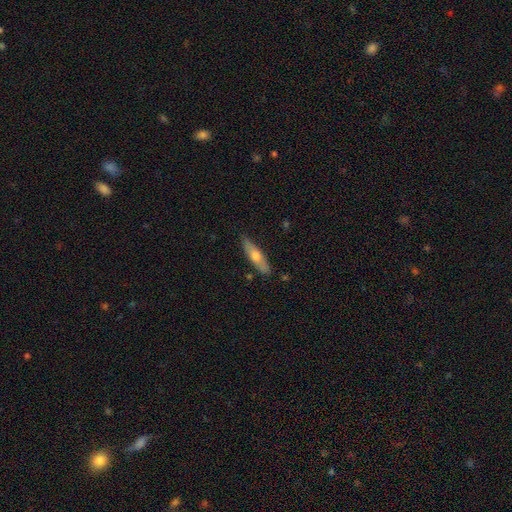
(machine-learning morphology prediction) smooth_or_featured: smooth (p=0.53) [alt: featured or disk p=0.41]
how_rounded: cigar-shaped (p=0.66) [alt: in between p=0.32]
merging: none (p=0.81) [alt: minor disturbance p=0.15]